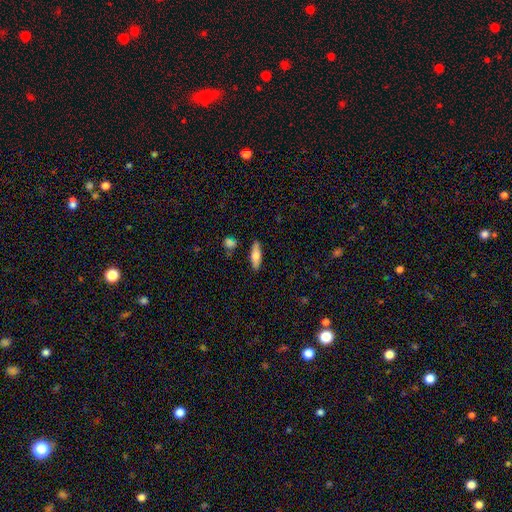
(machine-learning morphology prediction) A smooth galaxy with no disk features (74%) that is in between round and cigar-shaped (57%).

Vote fractions:
- Smooth or featured? smooth: 74% / featured or disk: 20% / star or artifact: 6%
- How rounded? in between: 57% / cigar-shaped: 41% / round: 2%
- Merging? none: 85% / minor disturbance: 10% / merger: 3% / major disturbance: 2%